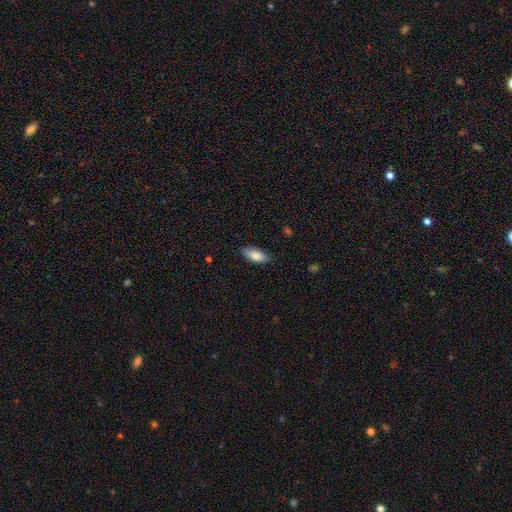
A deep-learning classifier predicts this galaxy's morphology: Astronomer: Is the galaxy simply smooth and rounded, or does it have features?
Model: smooth — 83%.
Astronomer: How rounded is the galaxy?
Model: in between — 83%.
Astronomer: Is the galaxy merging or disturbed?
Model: none — 82%.